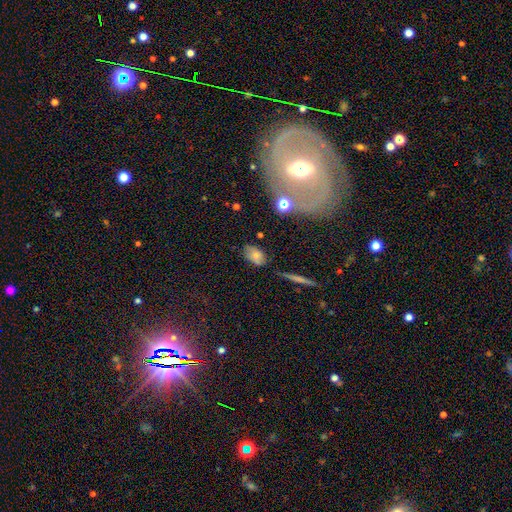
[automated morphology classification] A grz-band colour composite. It shows a smooth galaxy with no disk features (65%) that is in between round and cigar-shaped (86%). Merging: none (65%).